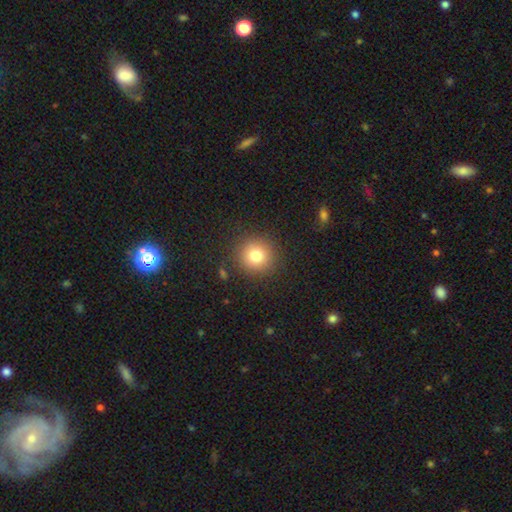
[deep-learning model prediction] smooth_or_featured: smooth (p=0.79) [alt: star or artifact p=0.12]
how_rounded: round (p=0.94) [alt: in between p=0.05]
merging: none (p=0.89) [alt: minor disturbance p=0.07]